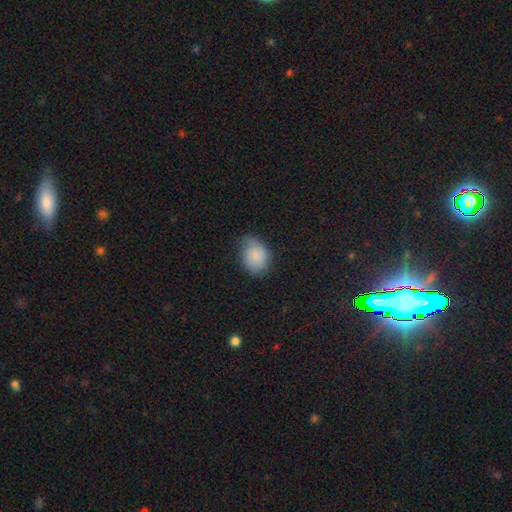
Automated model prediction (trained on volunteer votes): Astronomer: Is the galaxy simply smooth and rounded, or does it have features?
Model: smooth — 80%.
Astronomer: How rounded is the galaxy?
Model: in between — 58% (runner-up: round, 41%).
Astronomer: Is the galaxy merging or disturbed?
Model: none — 53% (runner-up: minor disturbance, 36%).